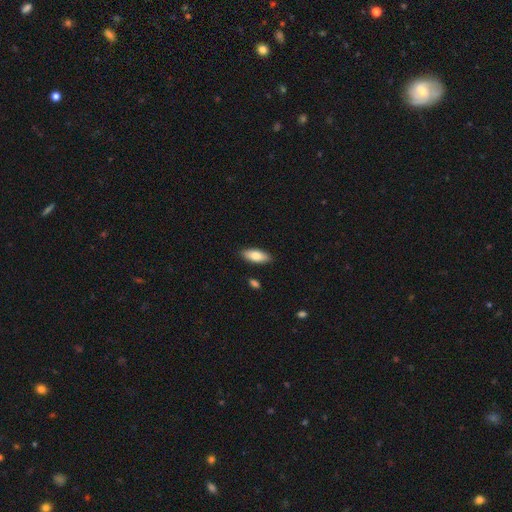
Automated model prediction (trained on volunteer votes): Smooth or featured? Predicted: smooth (p=0.80). How rounded? Predicted: in between (p=0.79). Merging? Predicted: none (p=0.88).